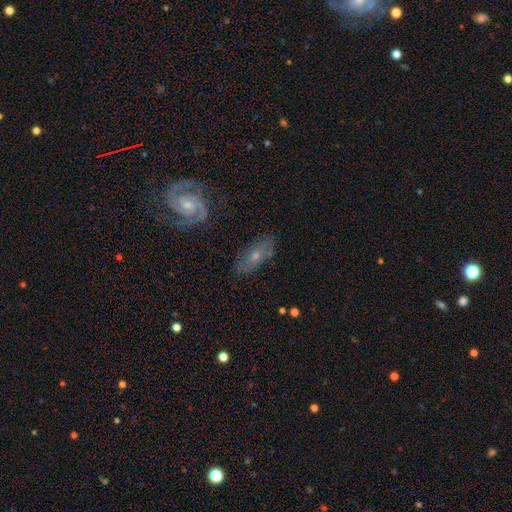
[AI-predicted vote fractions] Overall: featured or disk (63%; smooth 27%). Edge-on disk: no (84%). Bar: no (62%; weak 29%). Spiral arms: yes (81%). Bulge size: small (55%; moderate 40%). Merging: none (77%).